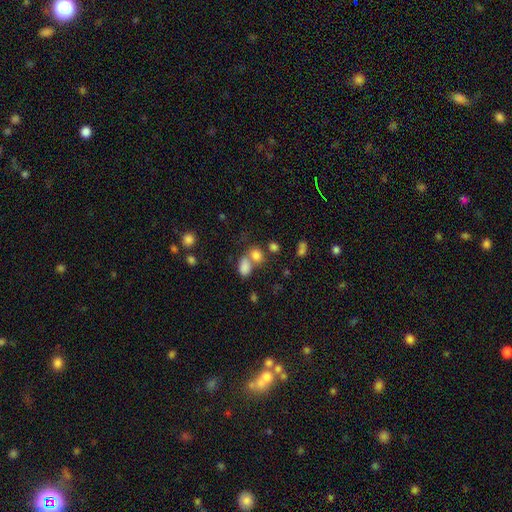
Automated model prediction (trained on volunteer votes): Smooth or featured? Predicted: smooth (p=0.79). How rounded? Predicted: in between (p=0.61). Merging? Predicted: merger (p=0.45).